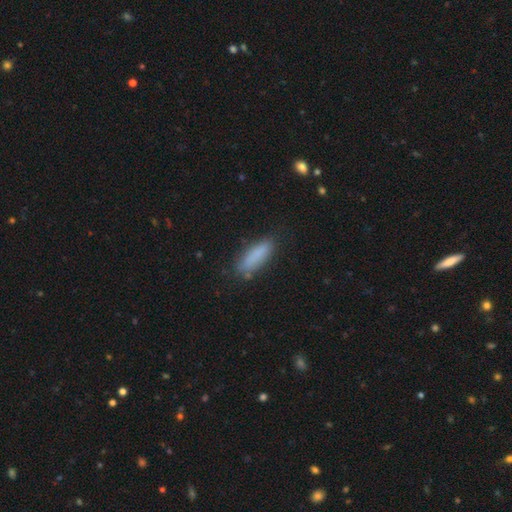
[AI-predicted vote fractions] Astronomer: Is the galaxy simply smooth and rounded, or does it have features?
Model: smooth — 85%.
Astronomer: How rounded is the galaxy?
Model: cigar-shaped — 55% (runner-up: in between, 43%).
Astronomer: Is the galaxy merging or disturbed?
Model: none — 79%.